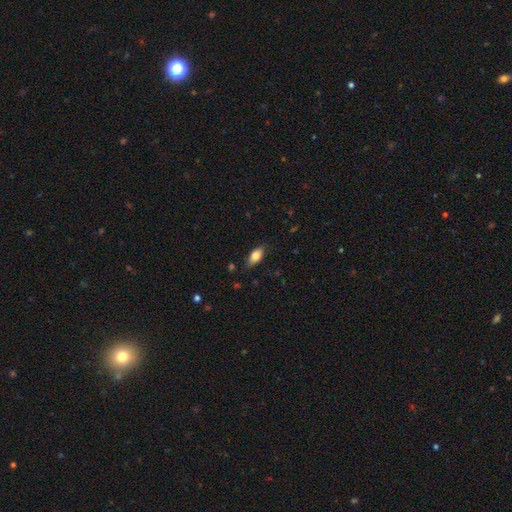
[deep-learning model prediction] Overall: smooth (76%). How rounded: in between (85%). Merging: none (83%).